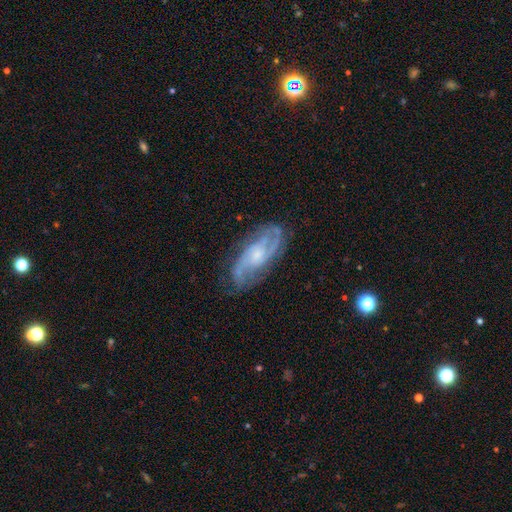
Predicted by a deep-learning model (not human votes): This appears to be a featured or disk galaxy (79%) with no bar (57%), 2 (42%) medium (45%) spiral arms (94%) and a moderate central bulge (44%). Merging: none (77%).